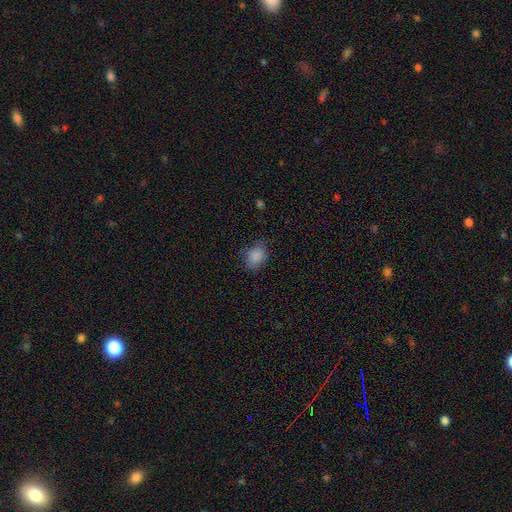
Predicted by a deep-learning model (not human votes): A smooth galaxy with no disk features (85%) that is in between round and cigar-shaped (64%).

Vote fractions:
- Smooth or featured? smooth: 85% / star or artifact: 10% / featured or disk: 5%
- How rounded? in between: 64% / round: 35% / cigar-shaped: 1%
- Merging? none: 72% / minor disturbance: 21% / major disturbance: 6% / merger: 1%